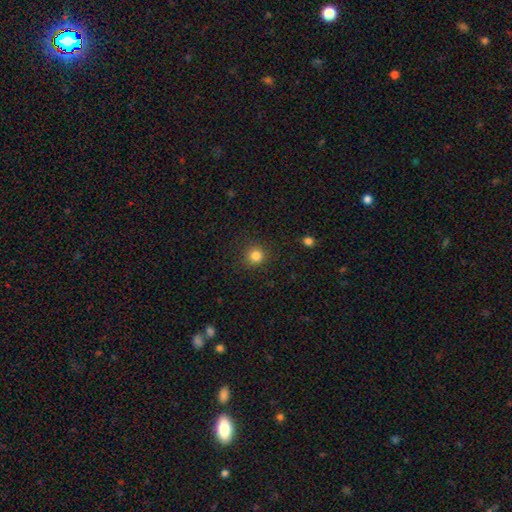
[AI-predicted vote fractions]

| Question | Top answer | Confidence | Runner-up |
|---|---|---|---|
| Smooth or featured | smooth | 83% | star or artifact (13%) |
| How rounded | round | 92% | in between (7%) |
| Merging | none | 90% | minor disturbance (7%) |